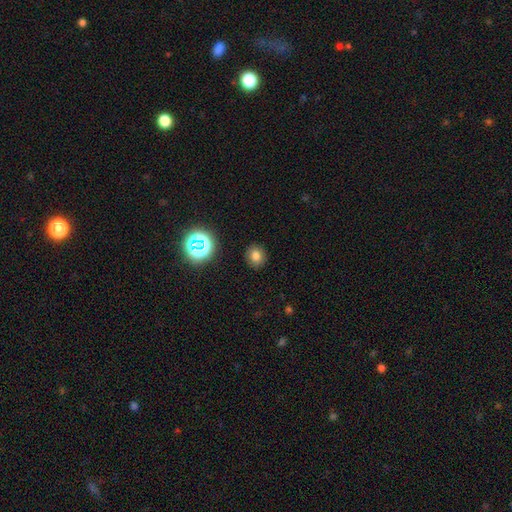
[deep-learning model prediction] A smooth galaxy with no disk features (75%) that is round (73%). Merging: none (88%).